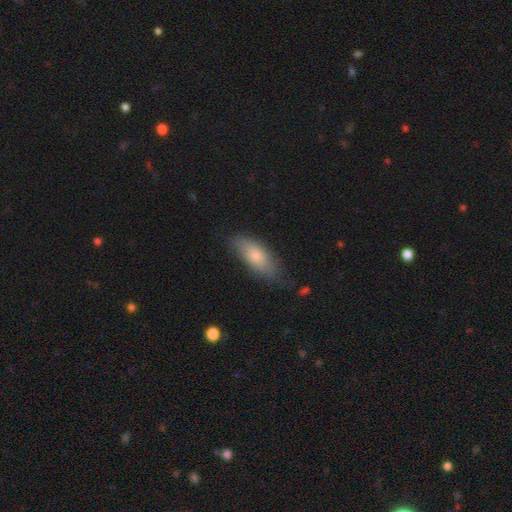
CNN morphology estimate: Smooth or featured? Predicted: smooth (p=0.76). How rounded? Predicted: in between (p=0.77). Merging? Predicted: none (p=0.67).